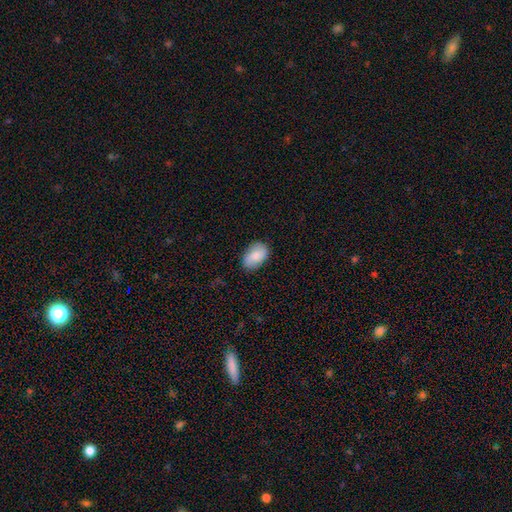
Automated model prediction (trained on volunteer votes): Smooth or featured? Predicted: smooth (p=0.80). How rounded? Predicted: in between (p=0.89). Merging? Predicted: none (p=0.81).